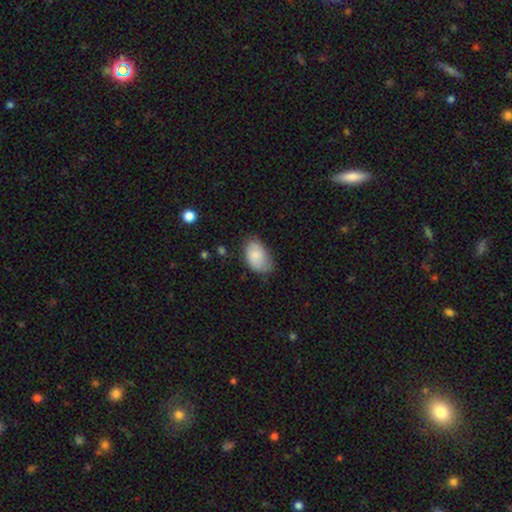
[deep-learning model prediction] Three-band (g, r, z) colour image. It shows a smooth galaxy with no disk features (82%) that is in between round and cigar-shaped (92%). Merging: none (63%).